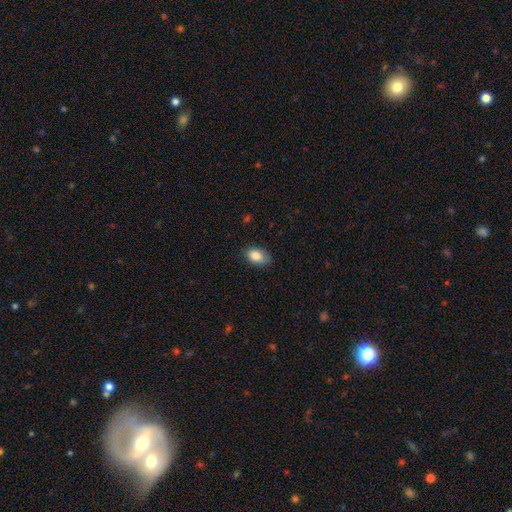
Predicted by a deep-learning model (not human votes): Smooth or featured?
  - smooth: 86% *
  - star or artifact: 8%
  - featured or disk: 6%
How rounded?
  - in between: 87% *
  - round: 12%
  - cigar-shaped: 1%
Merging?
  - none: 78% *
  - minor disturbance: 18%
  - major disturbance: 3%
  - merger: 1%